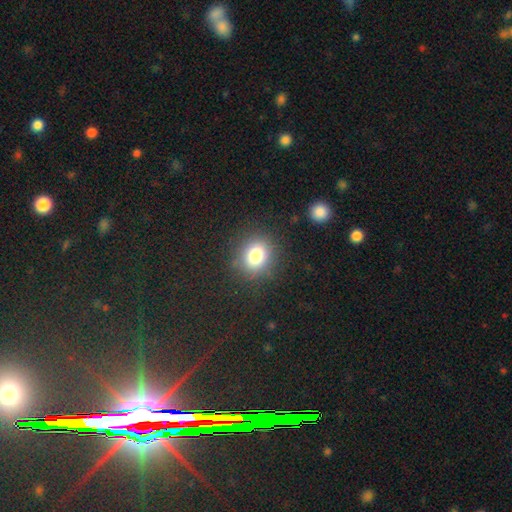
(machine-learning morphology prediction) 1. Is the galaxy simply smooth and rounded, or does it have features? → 79% smooth, 13% star or artifact, 8% featured or disk.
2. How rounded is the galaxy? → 70% round, 29% in between, 1% cigar-shaped.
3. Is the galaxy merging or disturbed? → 84% none, 10% minor disturbance, 4% major disturbance, 2% merger.